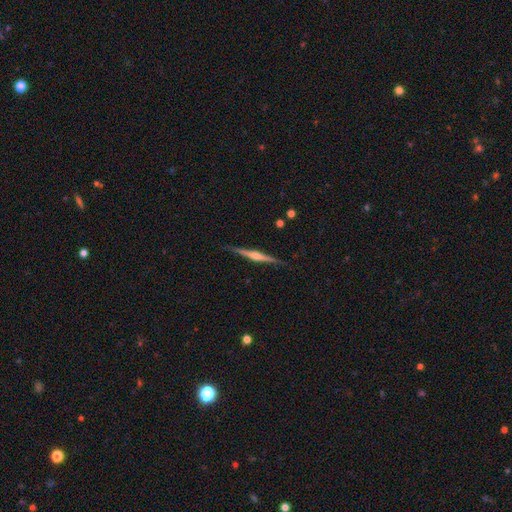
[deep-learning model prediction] The model was most divided on "smooth or featured": featured or disk: 79%, smooth: 16%, star or artifact: 6%. More confident: edge-on disk — yes (98%); merging — none (88%); edge-on bulge — rounded (85%).